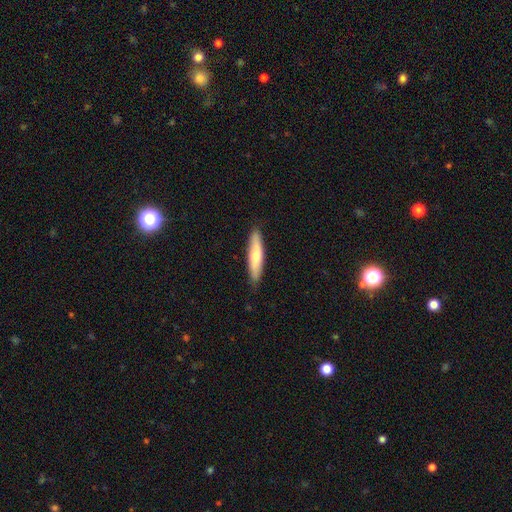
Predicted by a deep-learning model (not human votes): Smooth or featured? Predicted: smooth (p=0.64). How rounded? Predicted: cigar-shaped (p=0.82). Merging? Predicted: none (p=0.87).